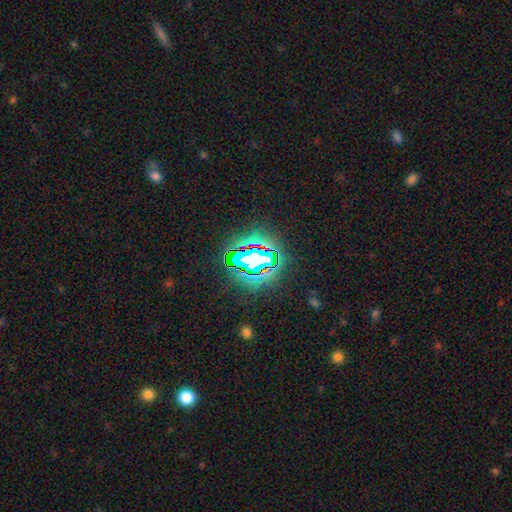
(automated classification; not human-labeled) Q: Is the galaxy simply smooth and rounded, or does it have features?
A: star or artifact — 72%.